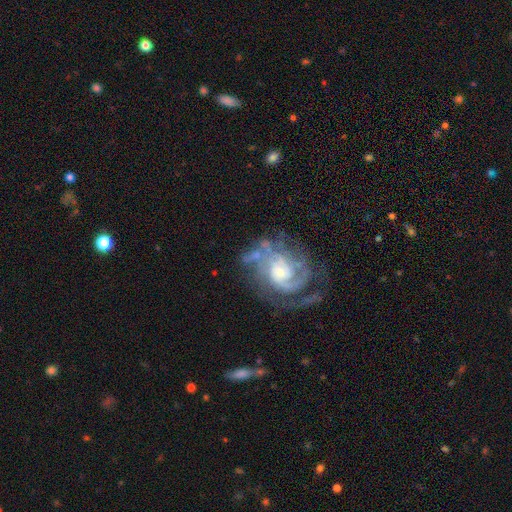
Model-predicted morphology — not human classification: Overall: featured or disk (87%). Edge-on disk: no (98%). Bar: no (68%). Spiral arms: yes (95%). Spiral arm count: 2 (30%; can't tell 29%). Spiral winding: tight (56%; medium 35%). Bulge size: small (48%; moderate 38%). Merging: none (59%; minor disturbance 20%).